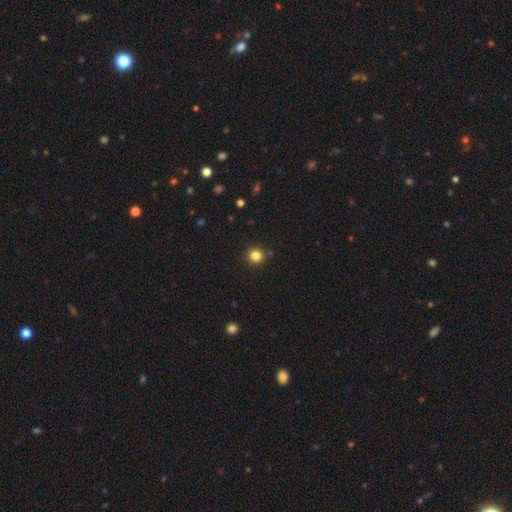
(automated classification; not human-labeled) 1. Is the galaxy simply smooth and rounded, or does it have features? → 82% smooth, 13% star or artifact, 5% featured or disk.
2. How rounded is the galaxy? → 94% round, 5% in between, 1% cigar-shaped.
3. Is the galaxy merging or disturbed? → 90% none, 6% minor disturbance, 2% merger, 2% major disturbance.